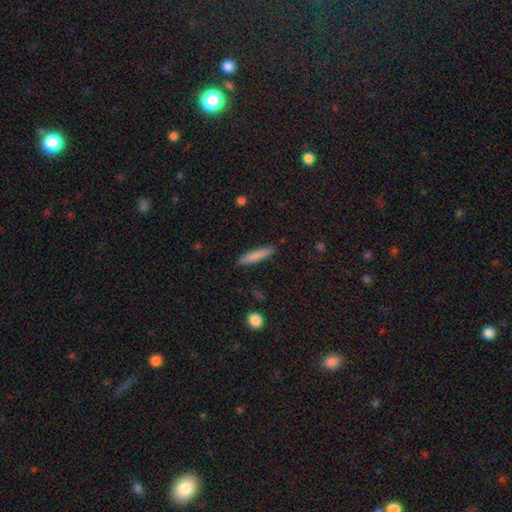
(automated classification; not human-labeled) The model was most divided on "smooth or featured": smooth: 80%, featured or disk: 14%, star or artifact: 6%. More confident: how rounded — cigar-shaped (90%); merging — none (88%).